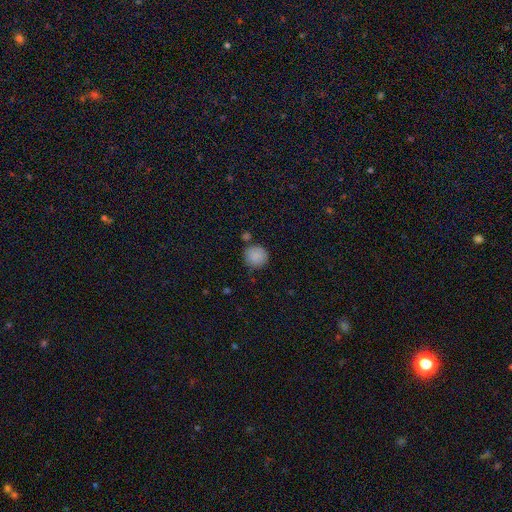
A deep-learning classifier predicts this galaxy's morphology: Smooth or featured? Predicted: smooth (p=0.87). How rounded? Predicted: round (p=0.92). Merging? Predicted: none (p=0.75).